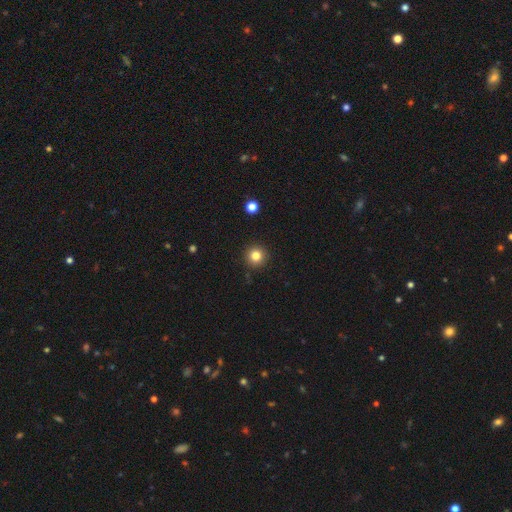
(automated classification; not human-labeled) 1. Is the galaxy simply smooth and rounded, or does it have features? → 82% smooth, 12% star or artifact, 6% featured or disk.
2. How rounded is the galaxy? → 95% round, 4% in between, 1% cigar-shaped.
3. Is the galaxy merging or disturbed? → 91% none, 5% minor disturbance, 2% major disturbance, 1% merger.